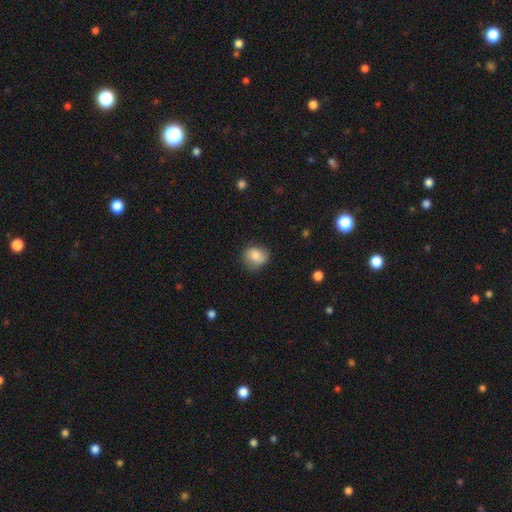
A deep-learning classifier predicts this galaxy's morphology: The model was most divided on "how rounded": round: 66%, in between: 33%, cigar-shaped: 1%. More confident: smooth or featured — smooth (83%); merging — none (73%).